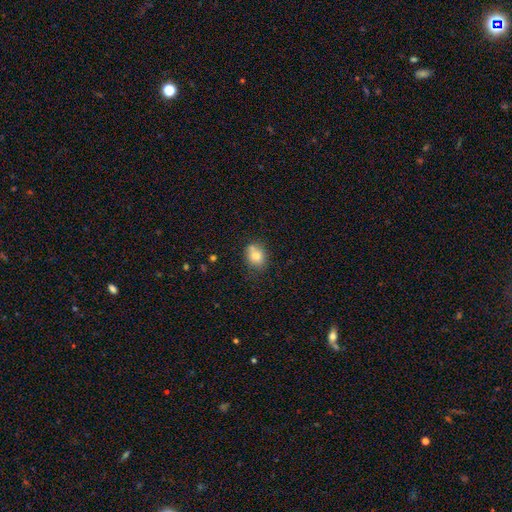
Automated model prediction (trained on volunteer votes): Smooth or featured?
  - smooth: 75% *
  - featured or disk: 14%
  - star or artifact: 11%
How rounded?
  - round: 58% *
  - in between: 41%
  - cigar-shaped: 1%
Merging?
  - none: 59% *
  - merger: 19%
  - minor disturbance: 18%
  - major disturbance: 4%